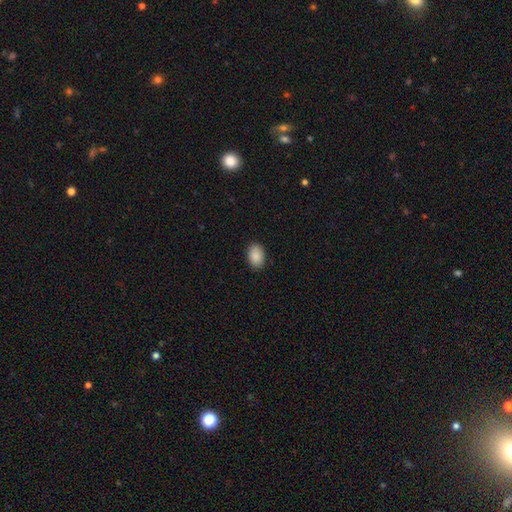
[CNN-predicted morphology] type=smooth (90%); roundness=in between (84%); merging=none (90%).